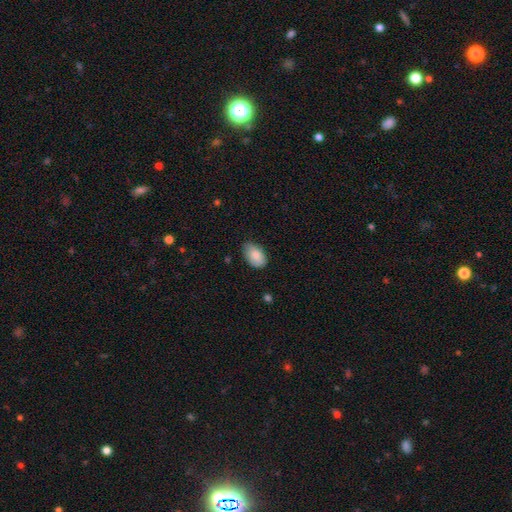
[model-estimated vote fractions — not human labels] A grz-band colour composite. It shows a smooth galaxy with no disk features (84%) that is in between round and cigar-shaped (91%). Merging: none (67%).